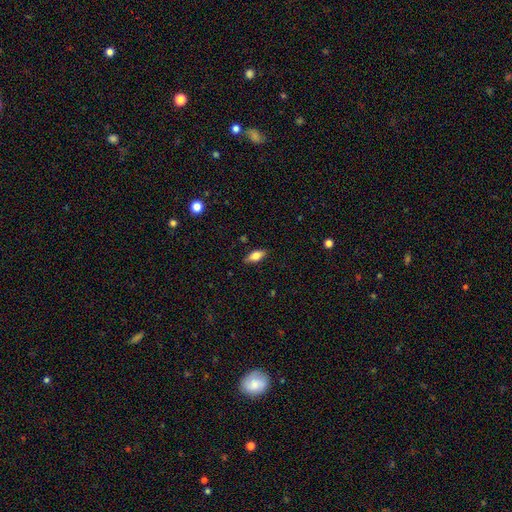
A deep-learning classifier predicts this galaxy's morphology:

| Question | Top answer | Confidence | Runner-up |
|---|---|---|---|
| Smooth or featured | smooth | 71% | featured or disk (22%) |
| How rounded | in between | 80% | cigar-shaped (17%) |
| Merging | none | 85% | minor disturbance (11%) |